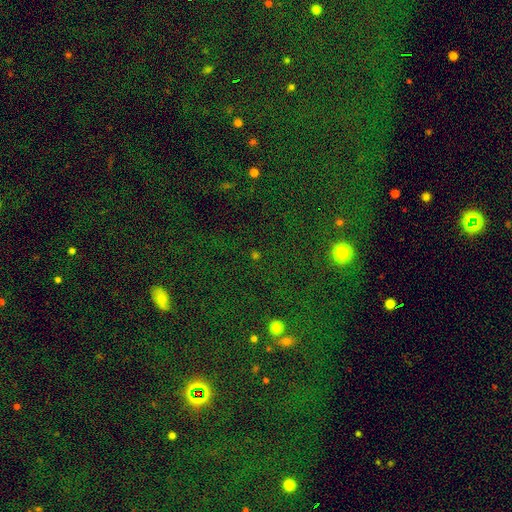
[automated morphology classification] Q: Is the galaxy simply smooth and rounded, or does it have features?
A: star or artifact — 59%.